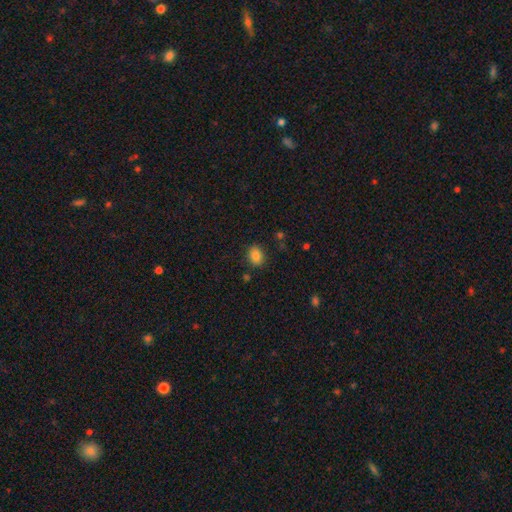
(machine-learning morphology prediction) smooth-or-featured: smooth: 83% | star or artifact: 11% | featured or disk: 6%
  how-rounded: in between: 52% | round: 47% | cigar-shaped: 1%
  merging: none: 84% | minor disturbance: 11% | major disturbance: 3% | merger: 3%